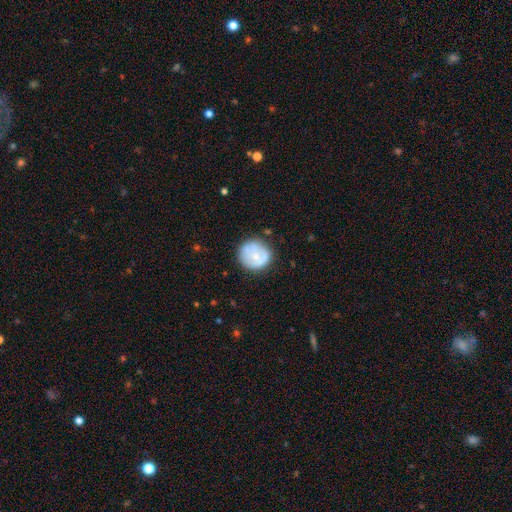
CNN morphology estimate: Smooth or featured? smooth (59%)
How rounded? round (89%)
Merging? none (72%)